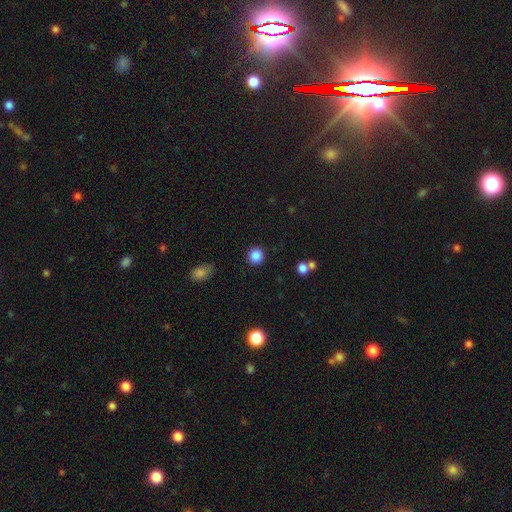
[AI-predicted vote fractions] Smooth or featured: smooth — 86% (star or artifact — 10%)
How rounded: round — 92% (in between — 7%)
Merging: none — 89% (minor disturbance — 6%)